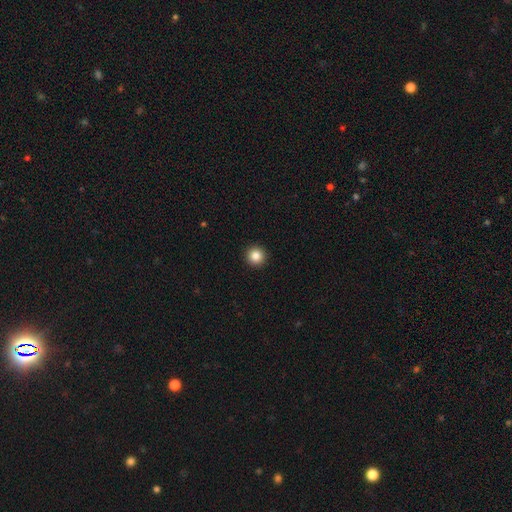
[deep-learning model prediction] Smooth or featured? Predicted: smooth (p=0.86). How rounded? Predicted: round (p=0.96). Merging? Predicted: none (p=0.94).